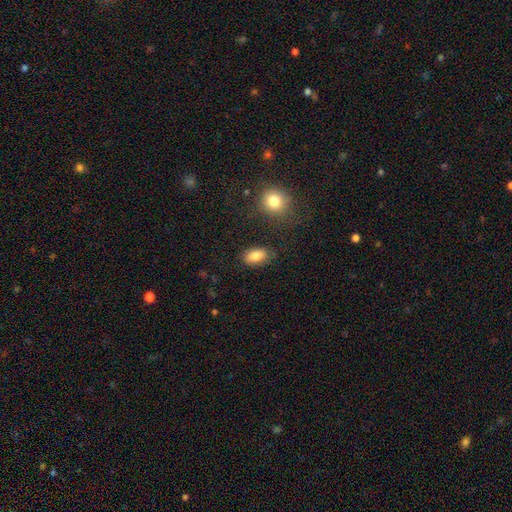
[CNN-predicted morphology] smooth-or-featured: smooth: 86% | star or artifact: 8% | featured or disk: 6%
  how-rounded: in between: 91% | round: 6% | cigar-shaped: 3%
  merging: none: 80% | minor disturbance: 13% | major disturbance: 4% | merger: 3%